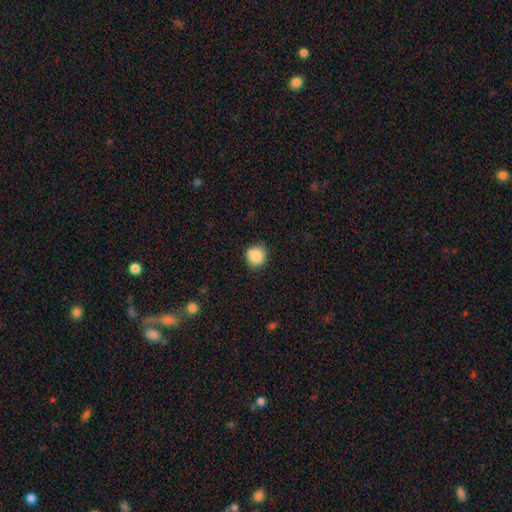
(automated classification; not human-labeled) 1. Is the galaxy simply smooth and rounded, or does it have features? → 87% smooth, 9% star or artifact, 4% featured or disk.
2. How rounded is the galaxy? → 89% round, 10% in between, 1% cigar-shaped.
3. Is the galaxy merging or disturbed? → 82% none, 13% minor disturbance, 3% major disturbance, 1% merger.